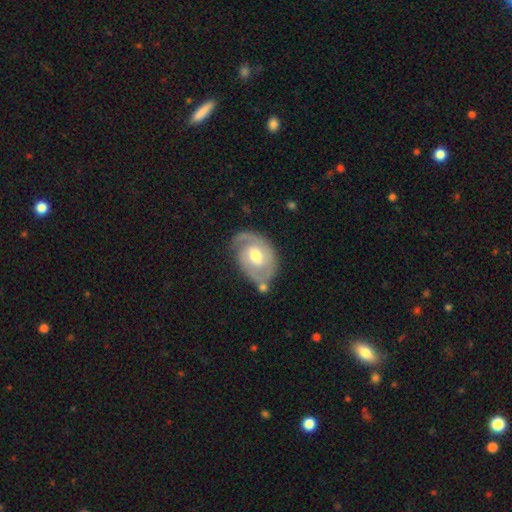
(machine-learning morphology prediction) Overall: featured or disk (80%). Edge-on disk: no (96%). Bar: weak (47%; no 42%). Spiral arms: yes (92%). Spiral arm count: 2 (77%). Spiral winding: tight (50%; medium 39%). Bulge size: moderate (72%). Merging: none (66%).